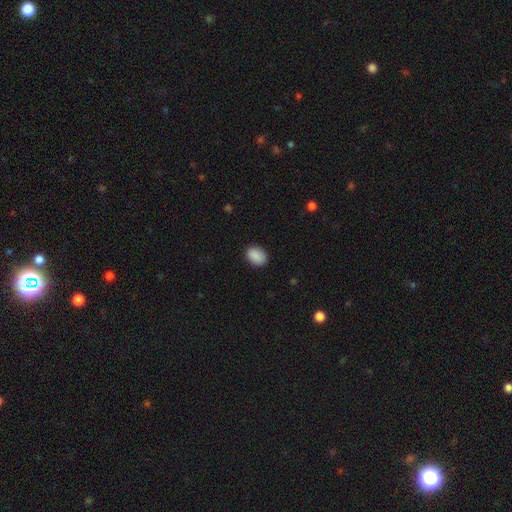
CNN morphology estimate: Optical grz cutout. It shows a smooth galaxy with no disk features (90%) that is in between round and cigar-shaped (78%). Merging: none (87%).